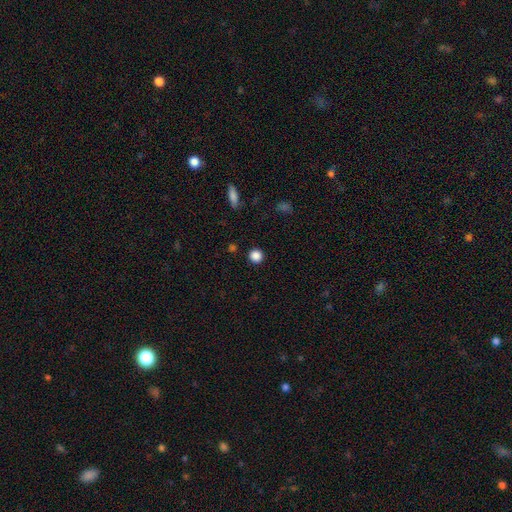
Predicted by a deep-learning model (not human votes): Overall: smooth (86%). How rounded: round (94%). Merging: none (91%).